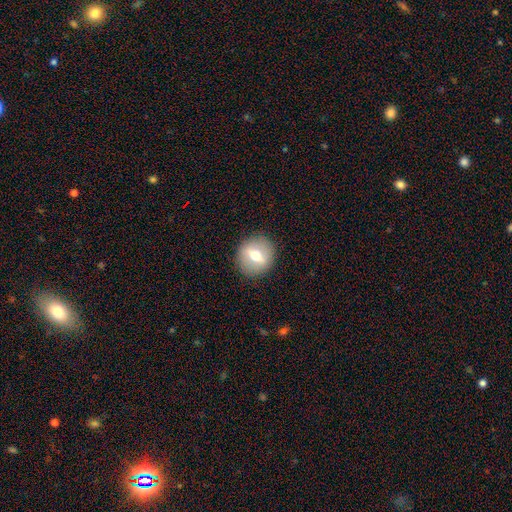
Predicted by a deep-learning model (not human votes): This is possibly a smooth galaxy (52%). How rounded: clearly round (86%). Merging: clearly none (89%).